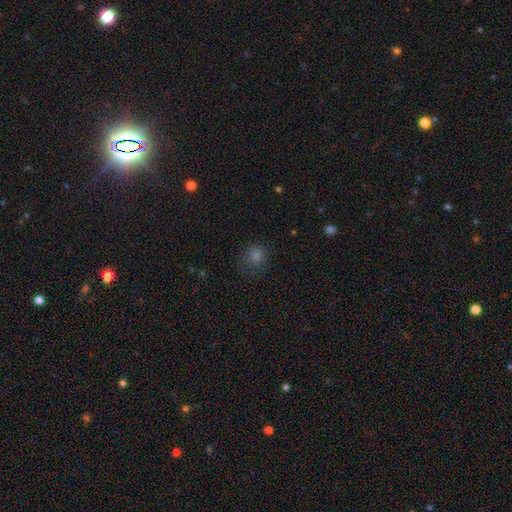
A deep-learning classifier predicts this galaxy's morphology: smooth-or-featured: smooth: 72% | star or artifact: 22% | featured or disk: 6%
  how-rounded: round: 82% | in between: 17% | cigar-shaped: 1%
  merging: none: 76% | minor disturbance: 16% | major disturbance: 7% | merger: 1%